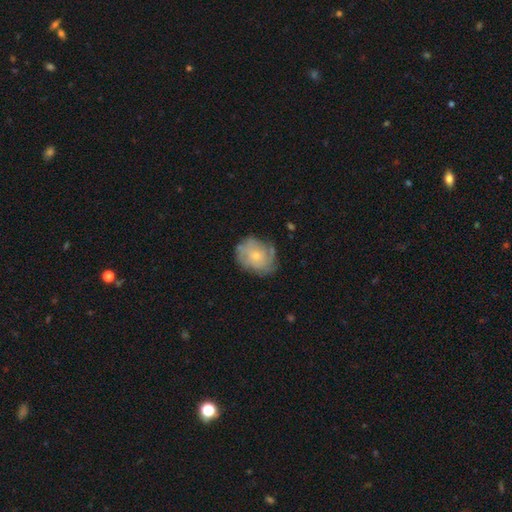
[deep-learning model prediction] Smooth or featured? featured or disk (56%)
Edge-on disk? no (96%)
Bar? no (83%)
Spiral arms? yes (73%)
Bulge size? small (64%)
Merging? none (64%)